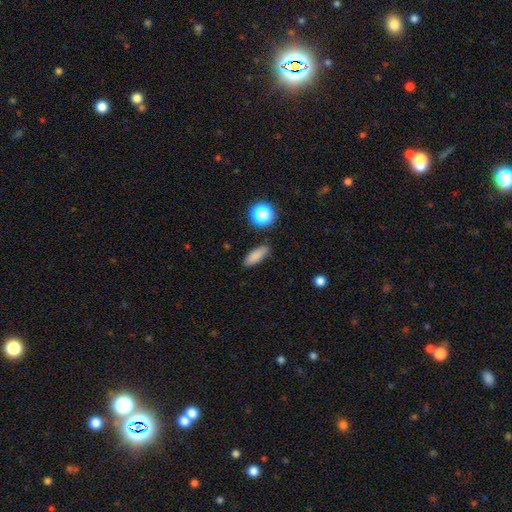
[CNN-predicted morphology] Q: Smooth or featured?
A: smooth (82%); runner-up: star or artifact (12%)
Q: How rounded?
A: in between (65%); runner-up: cigar-shaped (29%)
Q: Merging?
A: none (85%); runner-up: minor disturbance (10%)